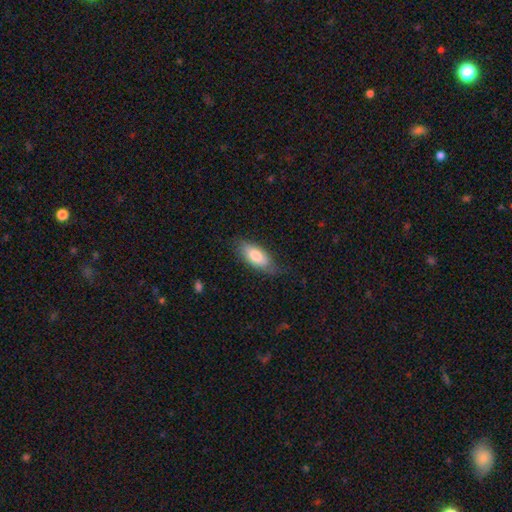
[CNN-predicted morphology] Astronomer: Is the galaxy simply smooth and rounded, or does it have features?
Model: smooth — 76%.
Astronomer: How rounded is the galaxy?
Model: in between — 85%.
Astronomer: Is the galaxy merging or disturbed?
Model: none — 69%.